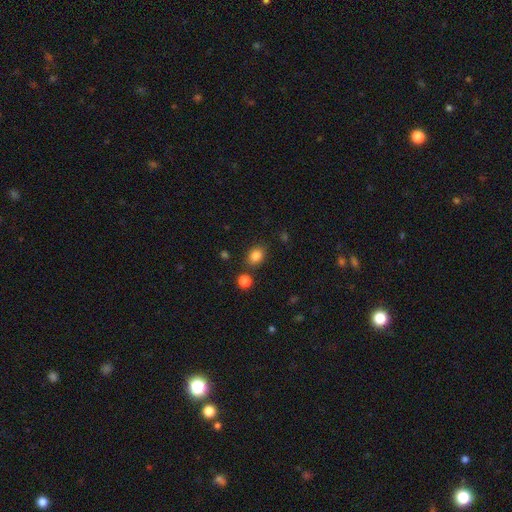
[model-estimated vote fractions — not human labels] smooth-or-featured: smooth: 83% | star or artifact: 11% | featured or disk: 6%
  how-rounded: in between: 55% | round: 44% | cigar-shaped: 1%
  merging: none: 81% | minor disturbance: 10% | merger: 6% | major disturbance: 3%